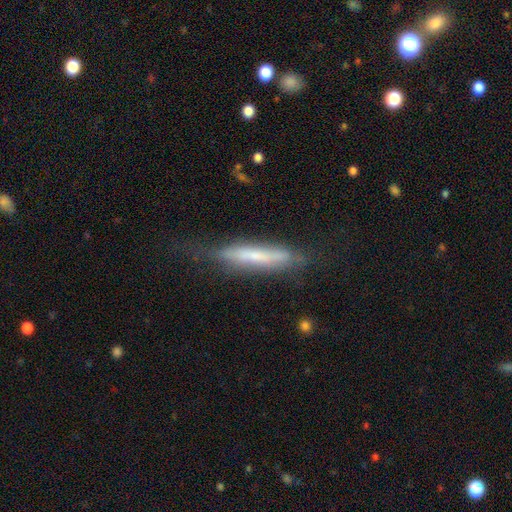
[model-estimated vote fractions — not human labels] smooth_or_featured: featured or disk (p=0.48) [alt: smooth p=0.44]
merging: none (p=0.62) [alt: minor disturbance p=0.25]